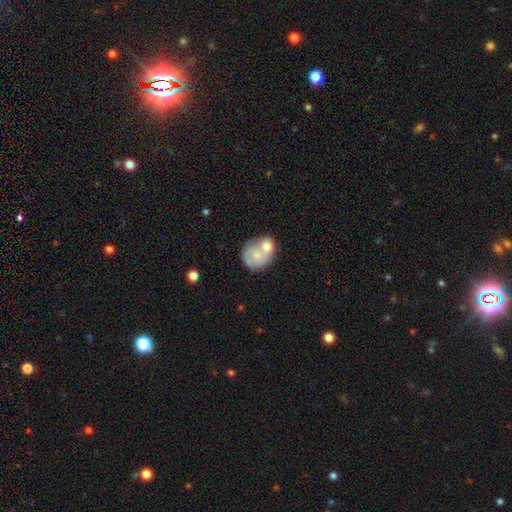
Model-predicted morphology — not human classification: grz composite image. It shows a smooth galaxy with no disk features (57%) that is round (70%). Merging: merger (57%).